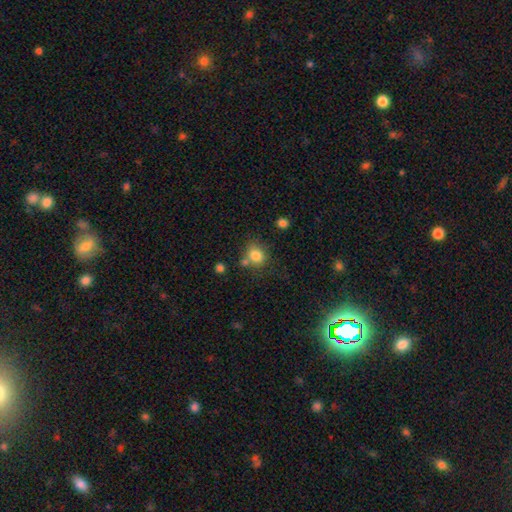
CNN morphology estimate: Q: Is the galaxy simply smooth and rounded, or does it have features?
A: smooth — 81%.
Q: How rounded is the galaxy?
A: round — 67%.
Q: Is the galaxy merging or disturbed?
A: none — 60%.